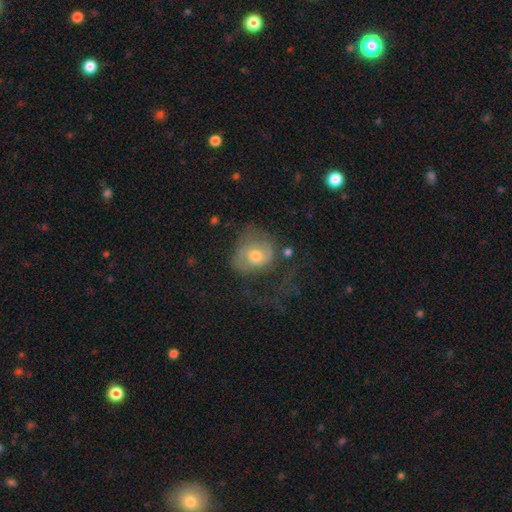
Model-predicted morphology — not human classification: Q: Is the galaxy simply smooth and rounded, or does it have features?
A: featured or disk — 46%.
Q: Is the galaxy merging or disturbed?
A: major disturbance — 46%.